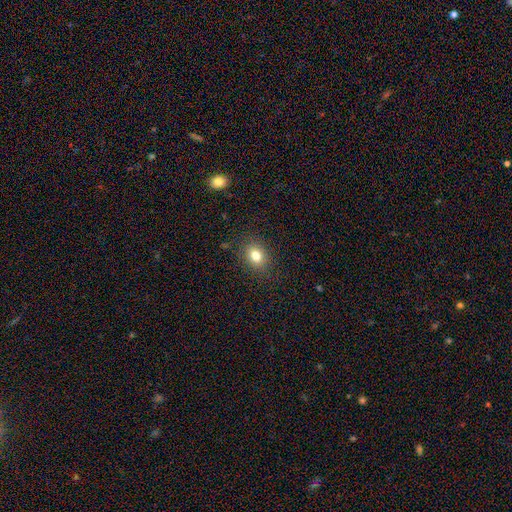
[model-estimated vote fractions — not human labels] Smooth or featured? Predicted: smooth (p=0.80). How rounded? Predicted: in between (p=0.50). Merging? Predicted: none (p=0.87).